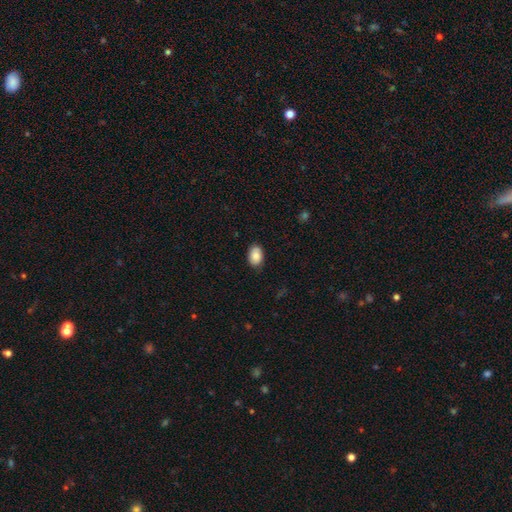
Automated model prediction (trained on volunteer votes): smooth 86%, star or artifact 7%, featured or disk 7%. Down the decision tree: how rounded — in between (85%); merging — none (83%).